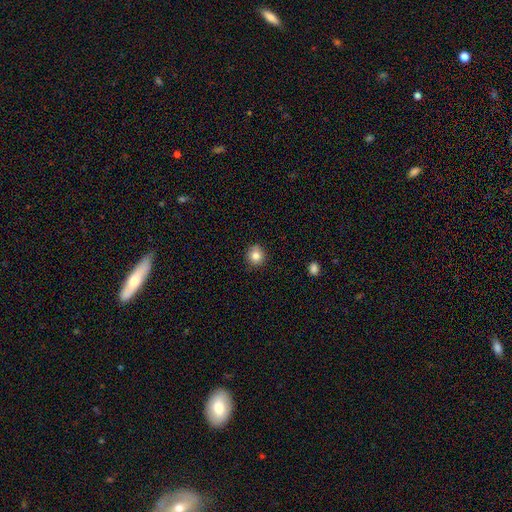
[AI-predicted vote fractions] smooth-or-featured: smooth: 83% | star or artifact: 10% | featured or disk: 7%
  how-rounded: round: 90% | in between: 9% | cigar-shaped: 1%
  merging: none: 89% | minor disturbance: 8% | major disturbance: 2% | merger: 1%